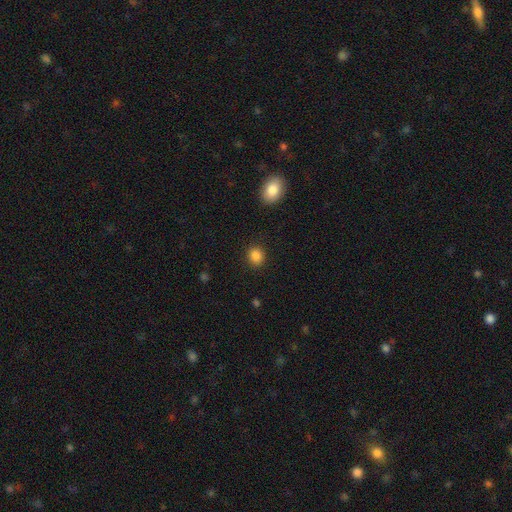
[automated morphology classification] smooth_or_featured: smooth (p=0.86) [alt: star or artifact p=0.10]
how_rounded: round (p=0.72) [alt: in between p=0.27]
merging: none (p=0.89) [alt: minor disturbance p=0.07]